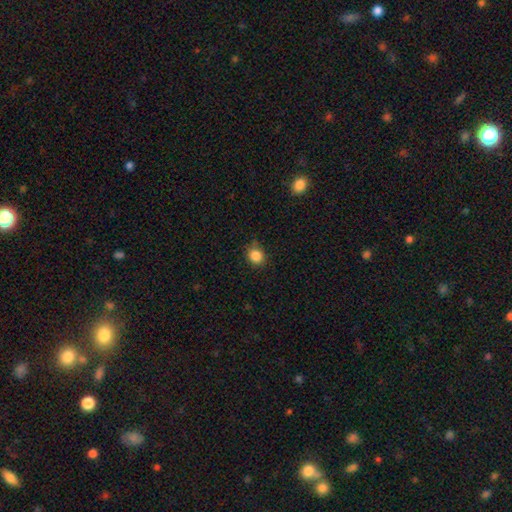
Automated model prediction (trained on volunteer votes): Smooth or featured? Predicted: smooth (p=0.86). How rounded? Predicted: round (p=0.82). Merging? Predicted: none (p=0.77).